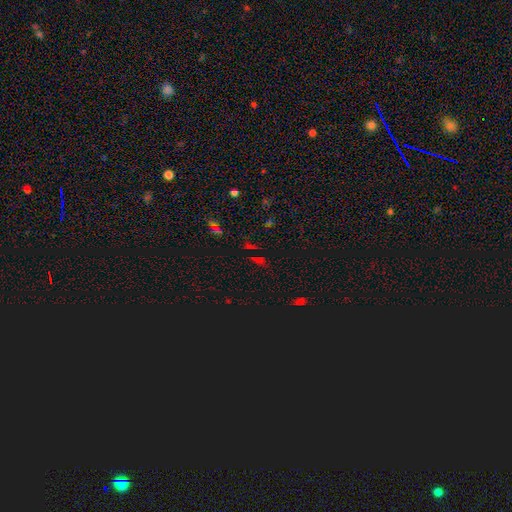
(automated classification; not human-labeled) Smooth or featured: star or artifact — 64% (smooth — 25%)